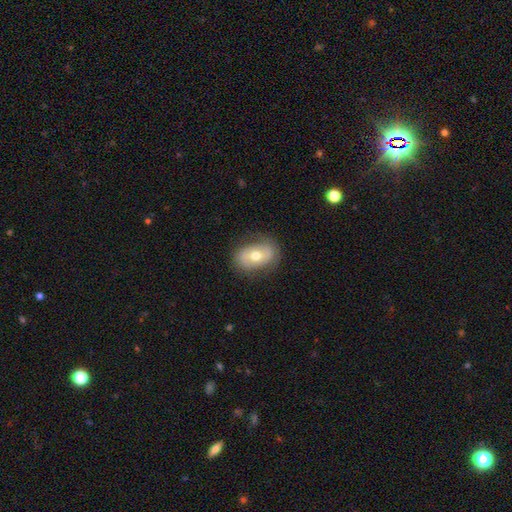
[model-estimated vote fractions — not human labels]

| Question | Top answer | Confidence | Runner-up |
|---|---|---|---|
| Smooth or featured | smooth | 51% | featured or disk (42%) |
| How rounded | in between | 83% | round (16%) |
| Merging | none | 77% | minor disturbance (17%) |